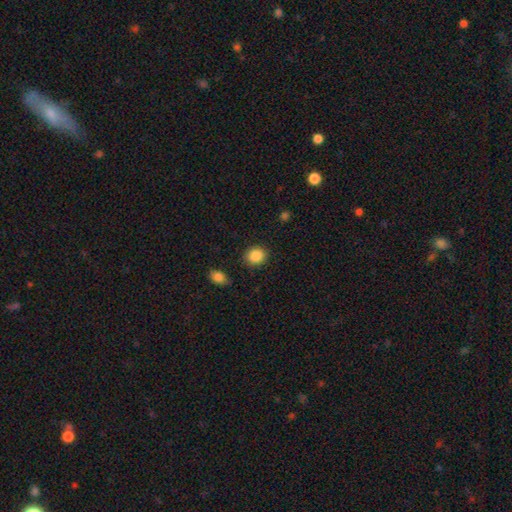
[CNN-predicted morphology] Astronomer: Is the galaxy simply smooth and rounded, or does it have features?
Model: smooth — 88%.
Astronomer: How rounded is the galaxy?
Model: round — 72%.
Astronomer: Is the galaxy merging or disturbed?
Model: none — 88%.